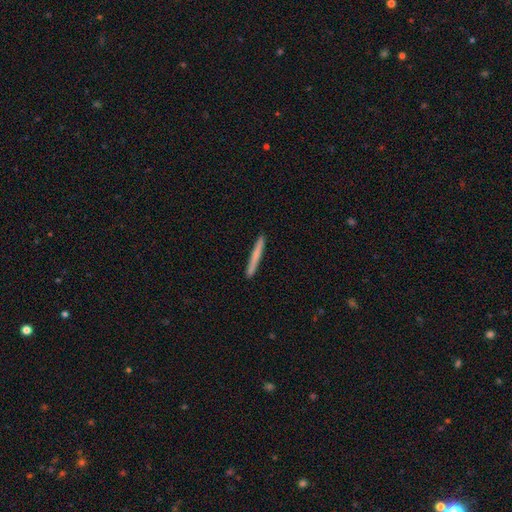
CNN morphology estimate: A smooth galaxy with no disk features (67%) that is cigar-shaped (97%). Merging: none (92%).